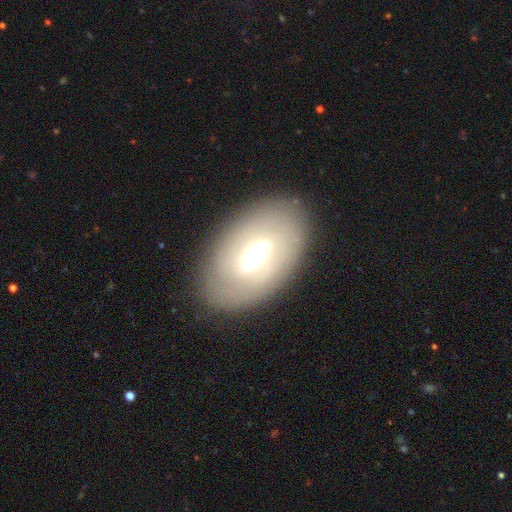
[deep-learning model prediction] Smooth or featured? featured or disk (59%)
Edge-on disk? no (90%)
Bar? weak (47%)
Spiral arms? no (59%)
Bulge size? moderate (61%)
Merging? none (83%)